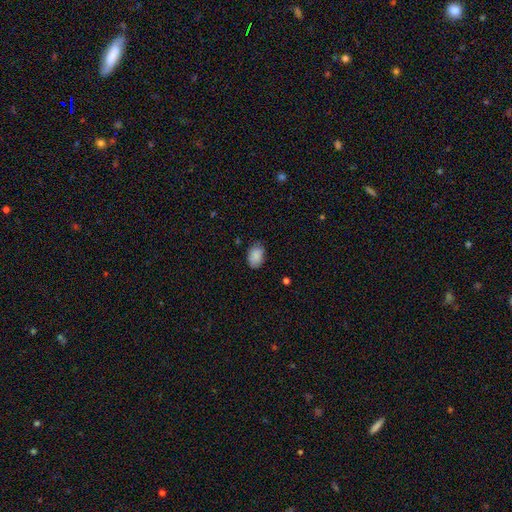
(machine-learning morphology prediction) Smooth or featured?
  - smooth: 88% *
  - star or artifact: 8%
  - featured or disk: 5%
How rounded?
  - in between: 84% *
  - round: 15%
  - cigar-shaped: 1%
Merging?
  - none: 76% *
  - minor disturbance: 20%
  - major disturbance: 3%
  - merger: 1%